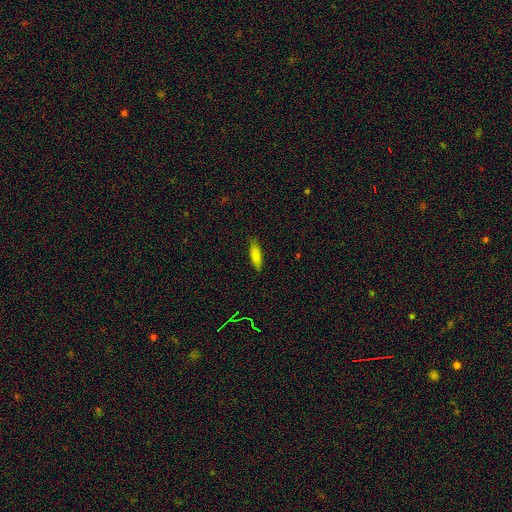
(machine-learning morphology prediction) This is clearly a smooth galaxy (82%). How rounded: possibly cigar-shaped (55%). Merging: clearly none (82%).